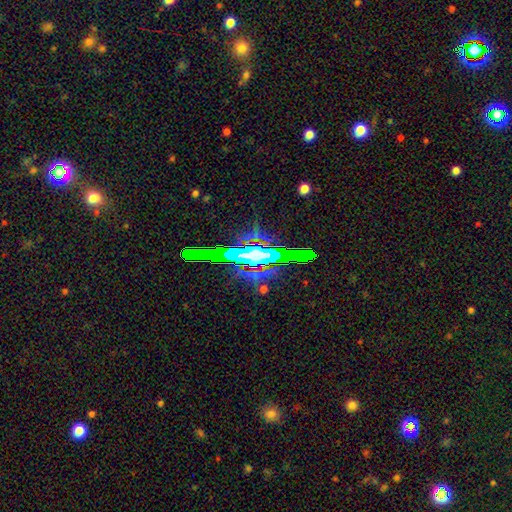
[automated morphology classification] Q: Smooth or featured?
A: star or artifact (51%); runner-up: featured or disk (28%)